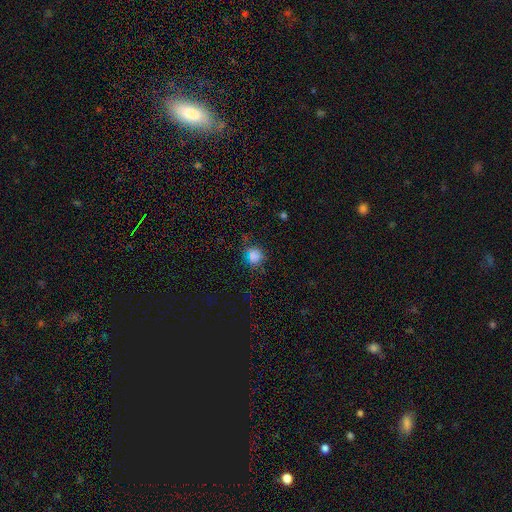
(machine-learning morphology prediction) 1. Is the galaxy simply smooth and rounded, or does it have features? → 76% smooth, 18% star or artifact, 6% featured or disk.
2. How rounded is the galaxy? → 84% round, 15% in between, 1% cigar-shaped.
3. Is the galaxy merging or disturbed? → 73% none, 18% minor disturbance, 7% major disturbance, 3% merger.